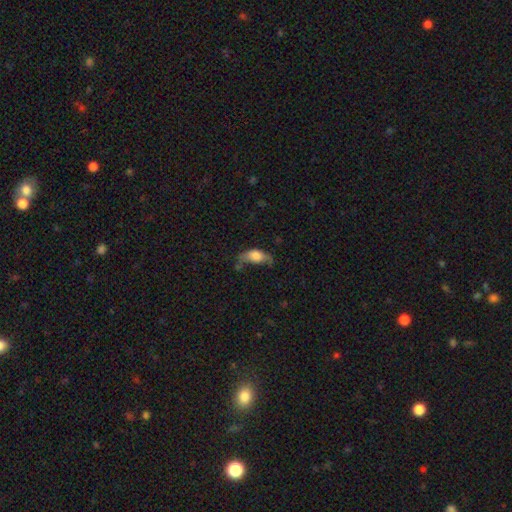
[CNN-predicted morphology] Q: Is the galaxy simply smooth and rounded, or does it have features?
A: smooth — 67%.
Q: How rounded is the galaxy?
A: in between — 83%.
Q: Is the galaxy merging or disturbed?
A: major disturbance — 33%.